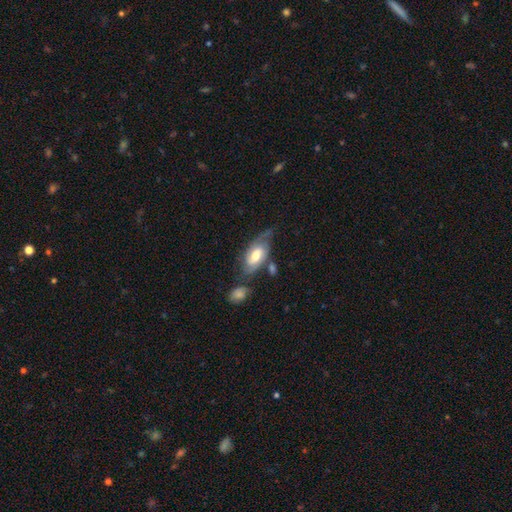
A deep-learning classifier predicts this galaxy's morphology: This is possibly a featured or disk galaxy (56%). It is clearly not viewed edge-on (89%). Merging: possibly none (46%).